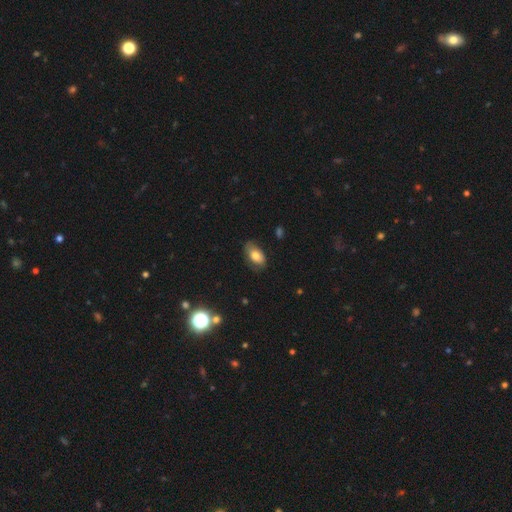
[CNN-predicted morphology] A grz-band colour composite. It shows a smooth galaxy with no disk features (74%) that is in between round and cigar-shaped (91%). Merging: none (72%).